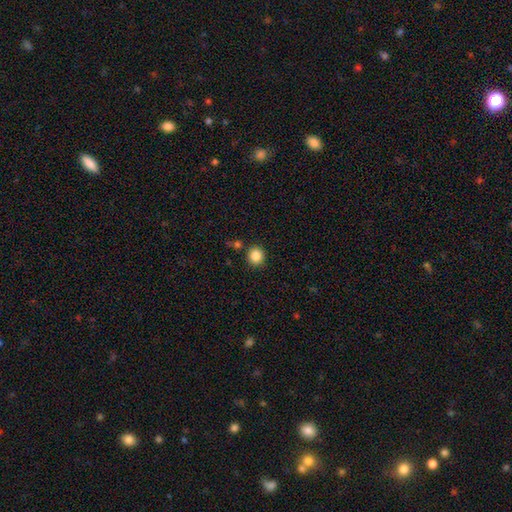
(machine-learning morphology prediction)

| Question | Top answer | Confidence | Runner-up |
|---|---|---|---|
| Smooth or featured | smooth | 86% | star or artifact (10%) |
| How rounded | round | 87% | in between (12%) |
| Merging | none | 86% | minor disturbance (7%) |